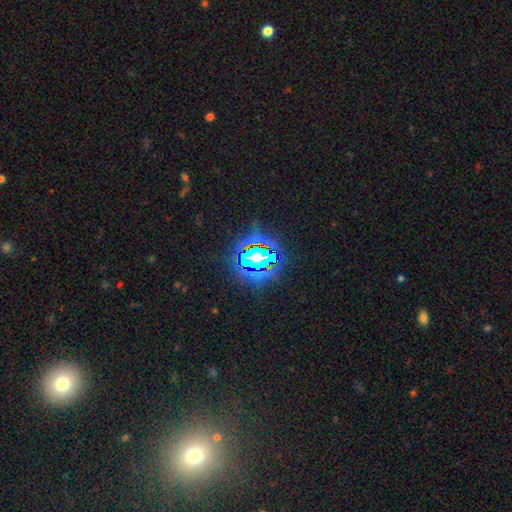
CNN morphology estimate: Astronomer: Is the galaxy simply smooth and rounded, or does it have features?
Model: star or artifact — 64%.